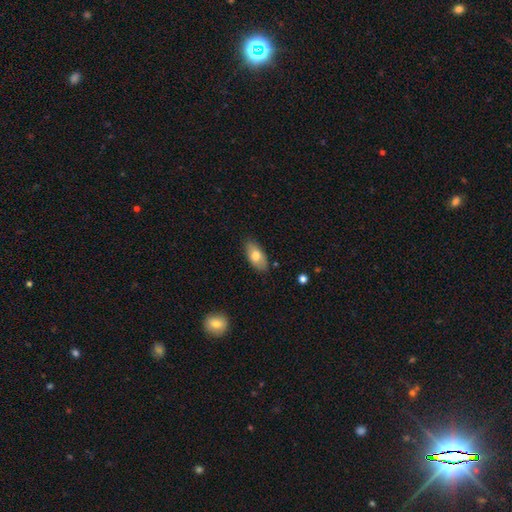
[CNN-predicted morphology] smooth 73%, featured or disk 21%, star or artifact 6%. Down the decision tree: how rounded — in between (92%); merging — none (82%).